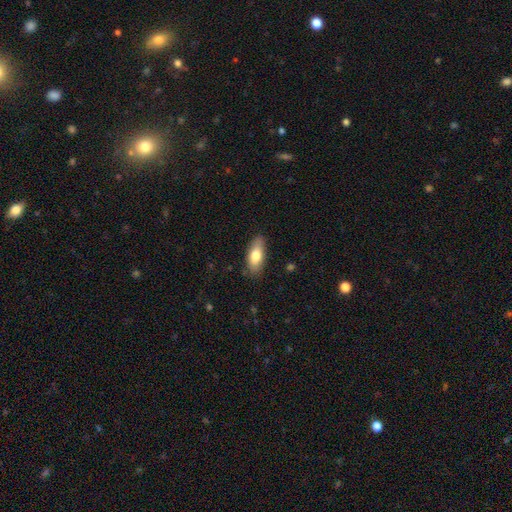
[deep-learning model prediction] This appears to be a smooth galaxy with no disk features (76%) that is in between round and cigar-shaped (79%). Merging: none (83%).